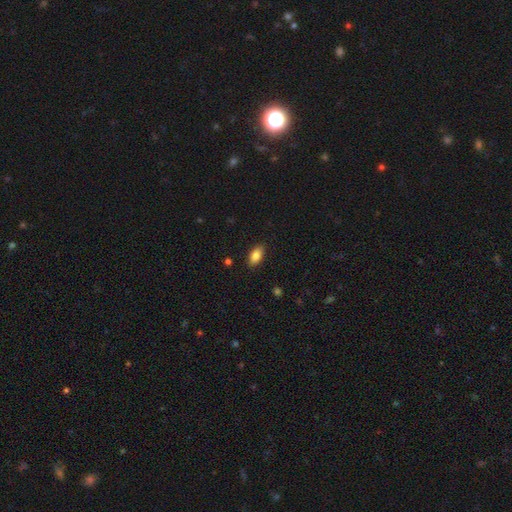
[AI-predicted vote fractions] Morphology: type=smooth (84%); roundness=in between (90%); merging=none (87%).